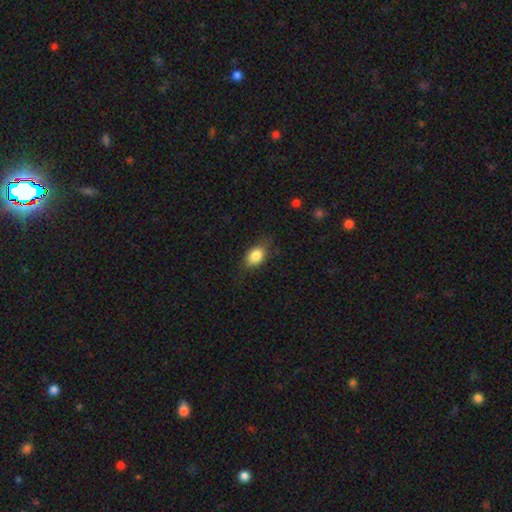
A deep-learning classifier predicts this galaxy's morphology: A smooth galaxy with no disk features (83%) that is in between round and cigar-shaped (82%). Merging: none (75%).